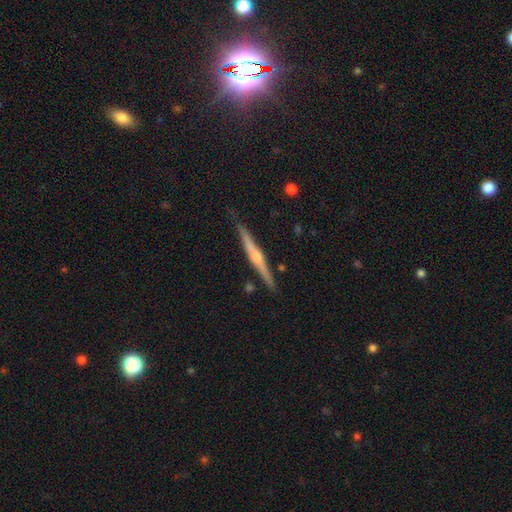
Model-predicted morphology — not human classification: A featured or disk galaxy (72%) viewed edge-on (98%) with a rounded central bulge (78%). Merging: none (87%).